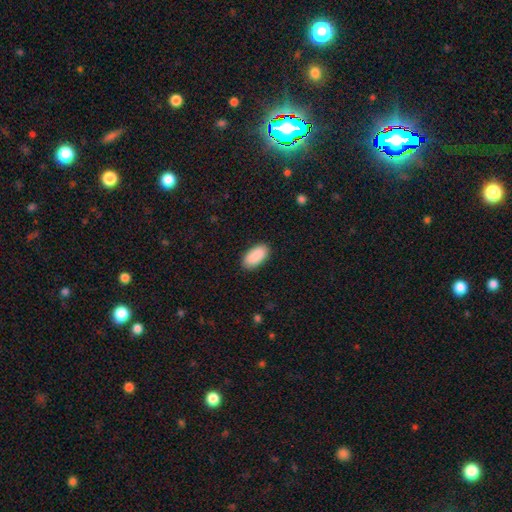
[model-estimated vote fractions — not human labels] smooth-or-featured: smooth: 91% | star or artifact: 6% | featured or disk: 3%
  how-rounded: in between: 94% | cigar-shaped: 4% | round: 2%
  merging: none: 89% | minor disturbance: 8% | major disturbance: 2% | merger: 1%